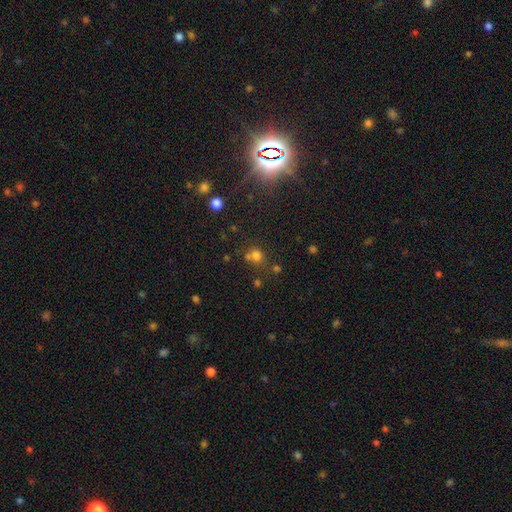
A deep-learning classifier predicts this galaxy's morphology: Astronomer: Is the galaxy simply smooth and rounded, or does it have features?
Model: smooth — 69%.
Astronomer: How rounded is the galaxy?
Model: round — 78%.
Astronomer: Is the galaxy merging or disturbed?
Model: none — 56%.